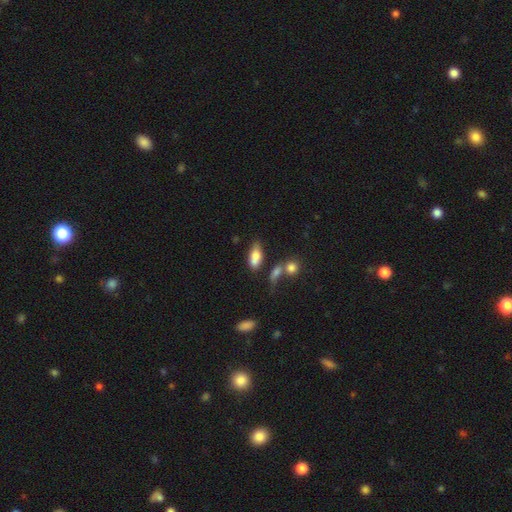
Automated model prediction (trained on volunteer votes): This appears to be a smooth galaxy with no disk features (77%) that is in between round and cigar-shaped (82%). Merging: none (45%).